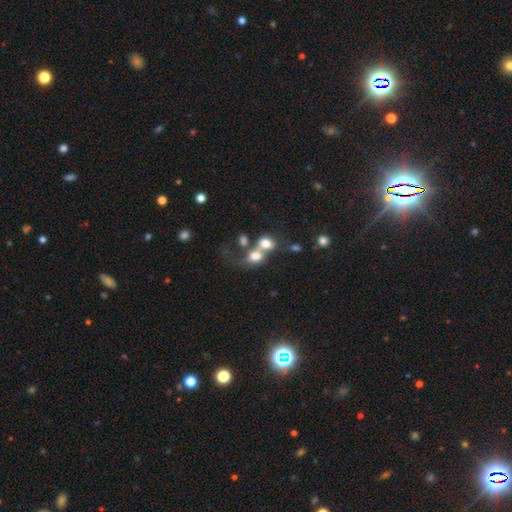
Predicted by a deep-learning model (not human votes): Morphology: type=smooth (70%); roundness=round (50%); merging=merger (67%).